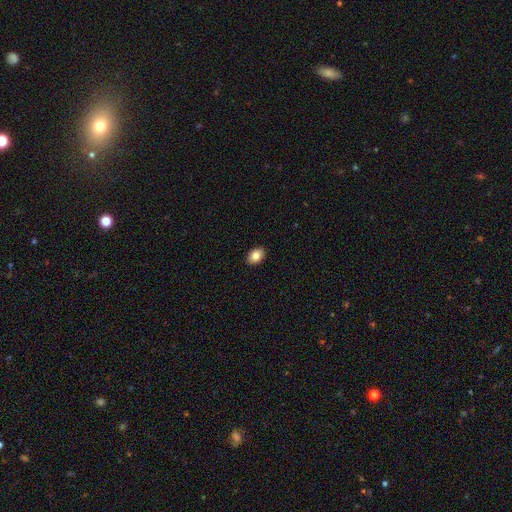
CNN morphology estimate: A smooth galaxy with no disk features (84%) that is in between round and cigar-shaped (83%). Merging: none (91%).